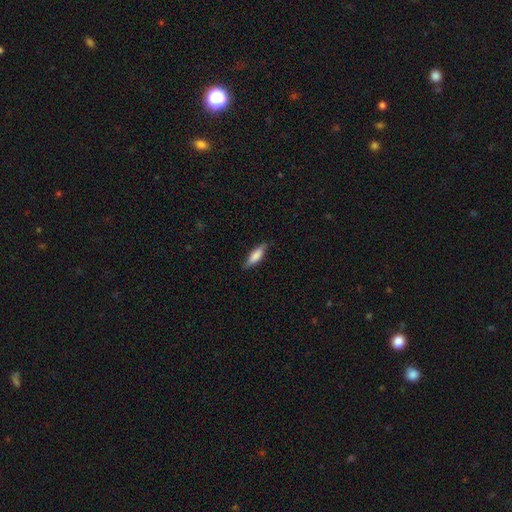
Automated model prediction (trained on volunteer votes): smooth 79%, featured or disk 15%, star or artifact 6%. Down the decision tree: how rounded — in between (52%); merging — none (79%).